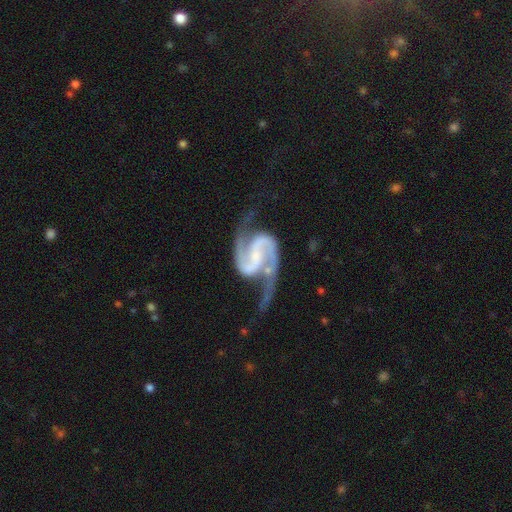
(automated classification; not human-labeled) featured or disk 94%, star or artifact 3%, smooth 2%. Down the decision tree: edge-on disk — no (98%); bar — weak (40%); spiral arms — yes (99%); spiral arm count — 2 (94%); spiral winding — medium (55%); bulge size — small (41%); merging — none (61%).